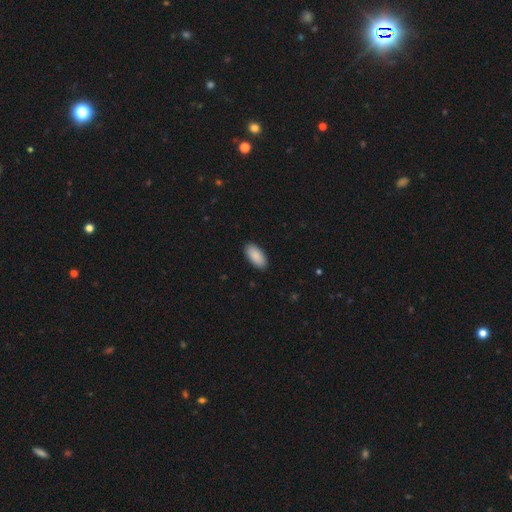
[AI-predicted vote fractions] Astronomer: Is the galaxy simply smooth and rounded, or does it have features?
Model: smooth — 90%.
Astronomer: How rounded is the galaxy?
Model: in between — 94%.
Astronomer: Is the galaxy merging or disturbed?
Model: none — 90%.